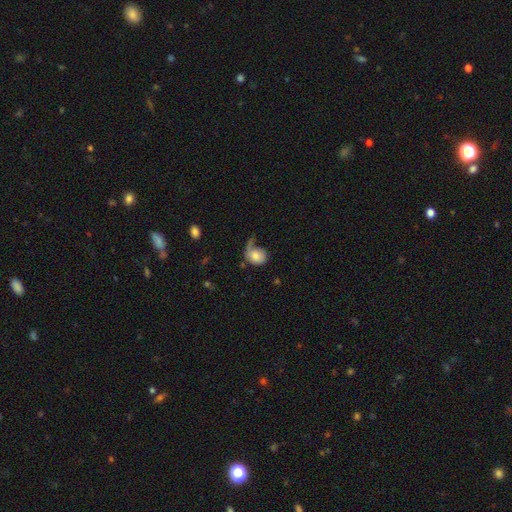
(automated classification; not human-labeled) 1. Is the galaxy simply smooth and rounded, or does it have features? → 62% smooth, 31% featured or disk, 7% star or artifact.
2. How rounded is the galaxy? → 55% round, 44% in between, 1% cigar-shaped.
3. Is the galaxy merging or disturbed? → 43% major disturbance, 28% none, 23% minor disturbance, 7% merger.